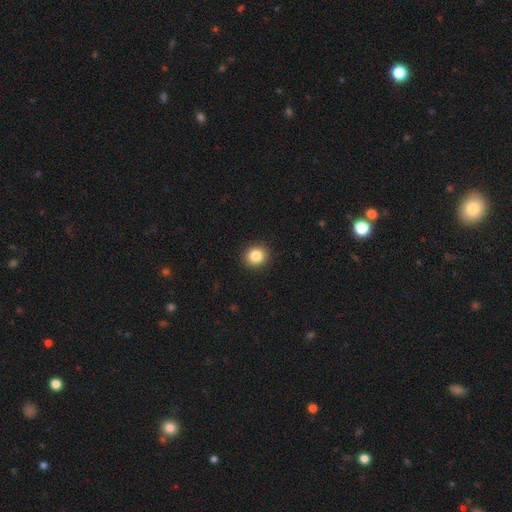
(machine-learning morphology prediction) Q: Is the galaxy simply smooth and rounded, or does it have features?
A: smooth — 85%.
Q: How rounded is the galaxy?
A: round — 83%.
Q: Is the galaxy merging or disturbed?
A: none — 92%.